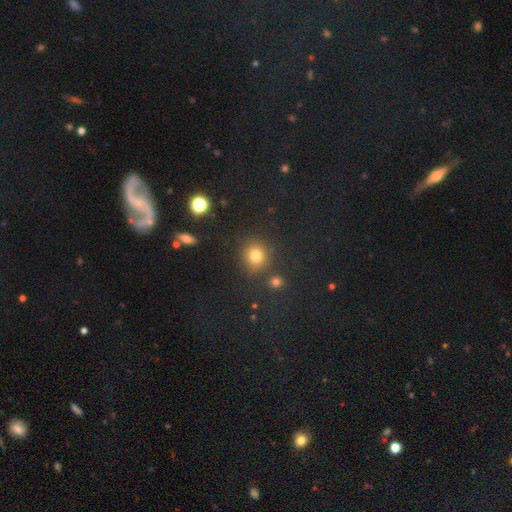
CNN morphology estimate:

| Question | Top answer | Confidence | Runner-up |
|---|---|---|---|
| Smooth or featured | smooth | 75% | star or artifact (18%) |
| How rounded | round | 85% | in between (14%) |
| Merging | none | 80% | minor disturbance (10%) |